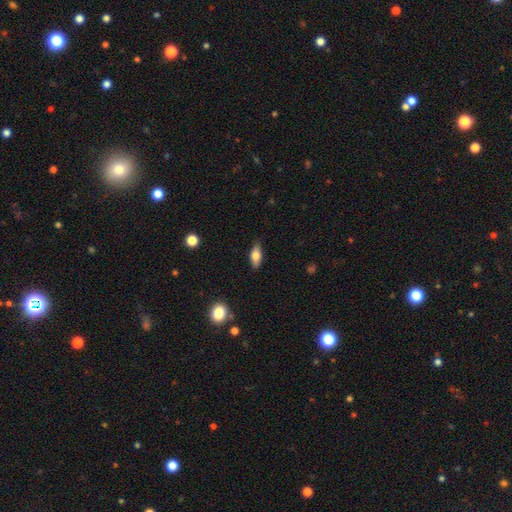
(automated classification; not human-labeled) Smooth or featured? smooth (70%)
How rounded? in between (77%)
Merging? none (84%)